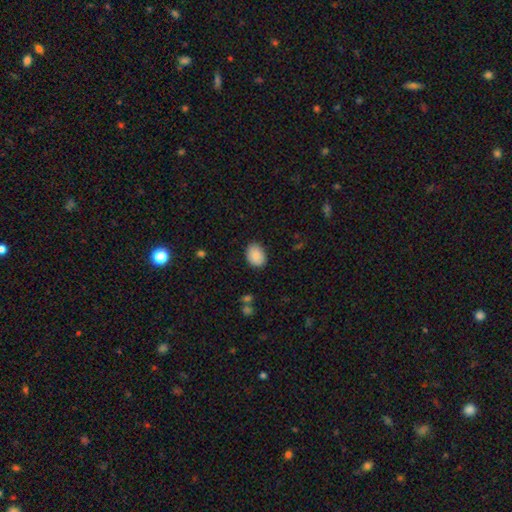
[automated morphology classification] Overall: smooth (89%). How rounded: in between (75%). Merging: none (85%).